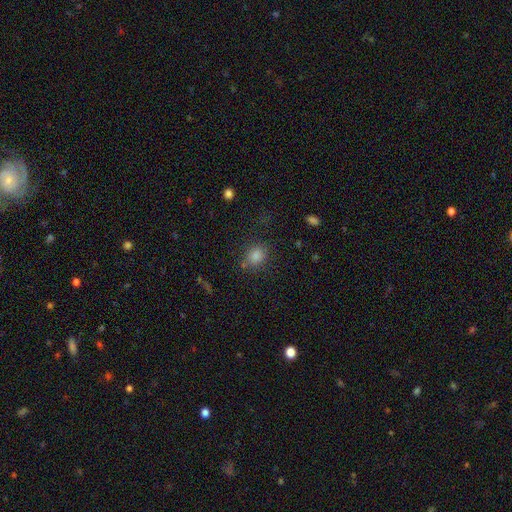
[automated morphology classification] This appears to be a smooth galaxy with no disk features (78%) that is round (67%). Merging: none (80%).